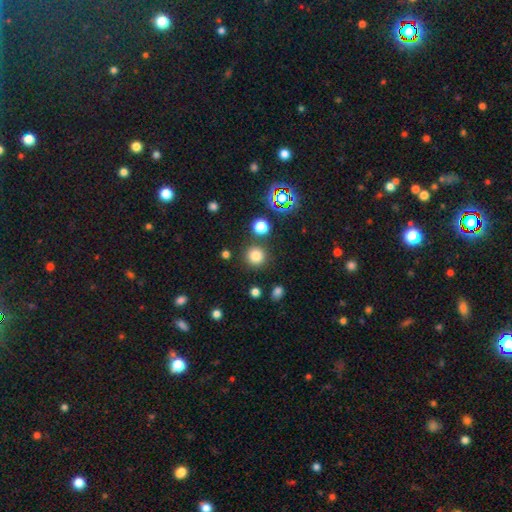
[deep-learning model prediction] Overall: smooth (77%). How rounded: round (94%). Merging: none (84%).